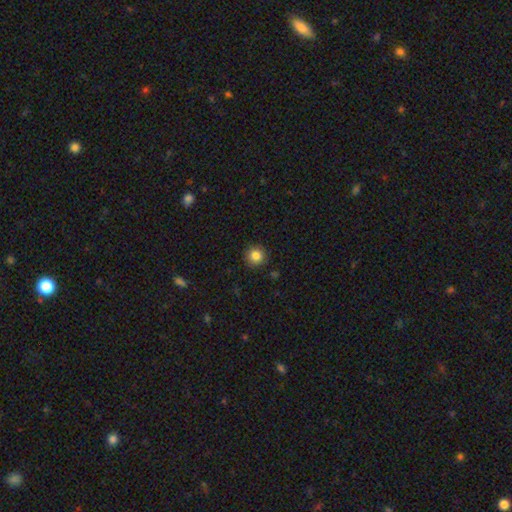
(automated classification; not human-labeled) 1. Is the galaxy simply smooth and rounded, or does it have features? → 85% smooth, 10% star or artifact, 5% featured or disk.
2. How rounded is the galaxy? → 95% round, 4% in between, 1% cigar-shaped.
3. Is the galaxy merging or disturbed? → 91% none, 6% minor disturbance, 2% major disturbance, 1% merger.